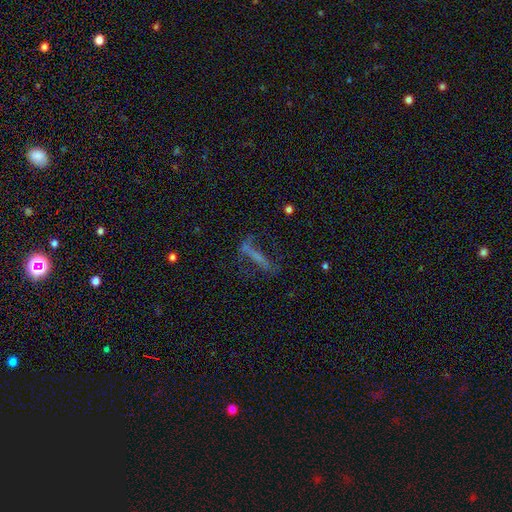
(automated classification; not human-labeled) Overall: featured or disk (49%; smooth 33%). Merging: none (54%; major disturbance 22%).